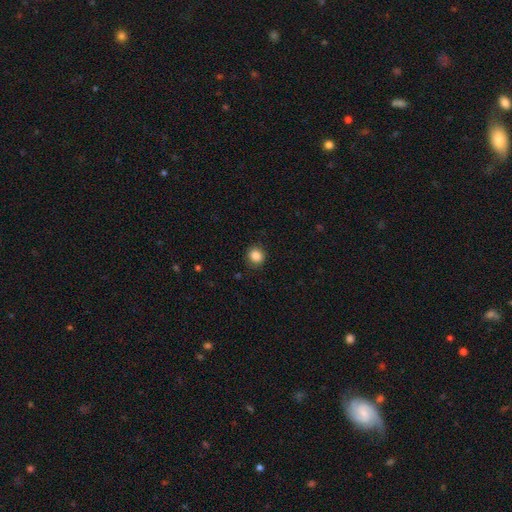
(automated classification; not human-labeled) The model was most divided on "how rounded": round: 84%, in between: 15%, cigar-shaped: 1%. More confident: merging — none (88%); smooth or featured — smooth (86%).